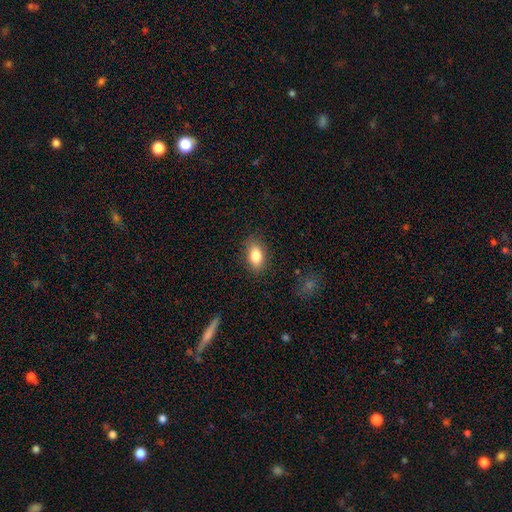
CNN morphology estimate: smooth-or-featured: smooth: 82% | featured or disk: 10% | star or artifact: 8%
  how-rounded: in between: 87% | round: 9% | cigar-shaped: 3%
  merging: none: 84% | minor disturbance: 12% | major disturbance: 3% | merger: 1%